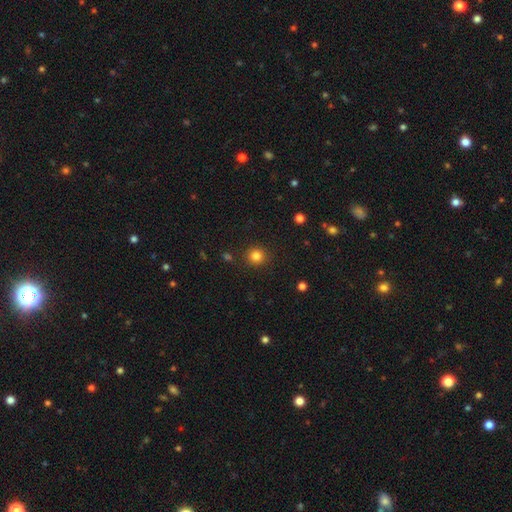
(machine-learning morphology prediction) Smooth or featured?
  - smooth: 82% *
  - star or artifact: 13%
  - featured or disk: 5%
How rounded?
  - round: 91% *
  - in between: 8%
  - cigar-shaped: 1%
Merging?
  - none: 90% *
  - minor disturbance: 6%
  - major disturbance: 2%
  - merger: 2%